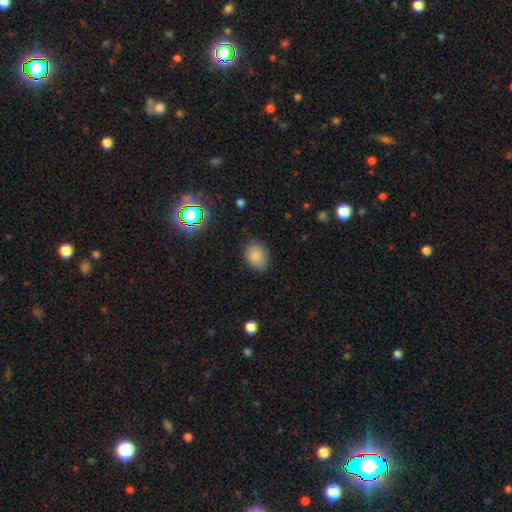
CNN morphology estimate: smooth_or_featured: smooth (p=0.83) [alt: star or artifact p=0.11]
how_rounded: in between (p=0.62) [alt: round p=0.37]
merging: none (p=0.81) [alt: minor disturbance p=0.14]